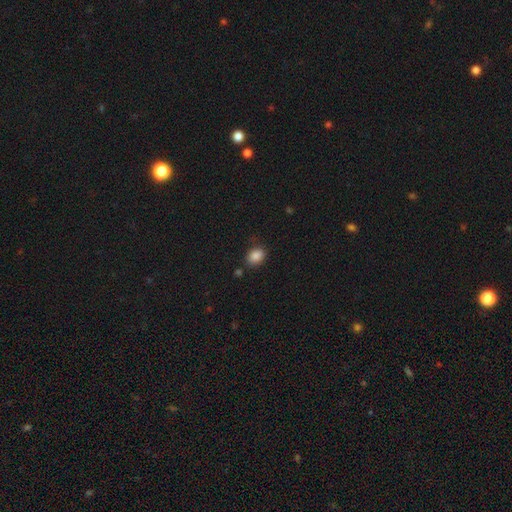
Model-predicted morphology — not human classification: Q: Smooth or featured?
A: smooth (87%); runner-up: star or artifact (9%)
Q: How rounded?
A: in between (65%); runner-up: round (34%)
Q: Merging?
A: none (79%); runner-up: minor disturbance (14%)